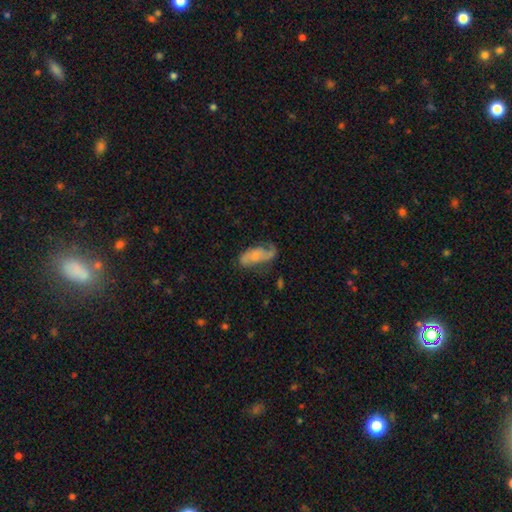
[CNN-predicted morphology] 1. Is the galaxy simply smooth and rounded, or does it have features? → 59% featured or disk, 34% smooth, 7% star or artifact.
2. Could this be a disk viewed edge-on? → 92% no, 8% yes.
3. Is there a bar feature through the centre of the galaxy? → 67% no, 25% weak, 8% strong.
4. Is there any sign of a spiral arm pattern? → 86% yes, 14% no.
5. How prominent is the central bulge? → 56% small, 26% moderate, 13% none, 3% large, 1% dominant.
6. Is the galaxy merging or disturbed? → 51% none, 27% minor disturbance, 19% major disturbance, 3% merger.